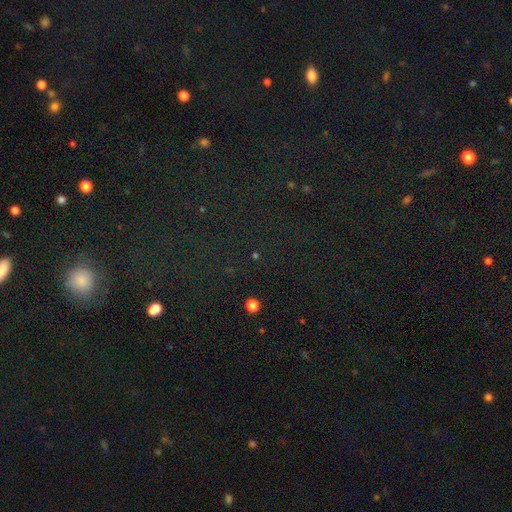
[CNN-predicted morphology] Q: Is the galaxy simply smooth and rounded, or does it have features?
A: star or artifact — 72%.